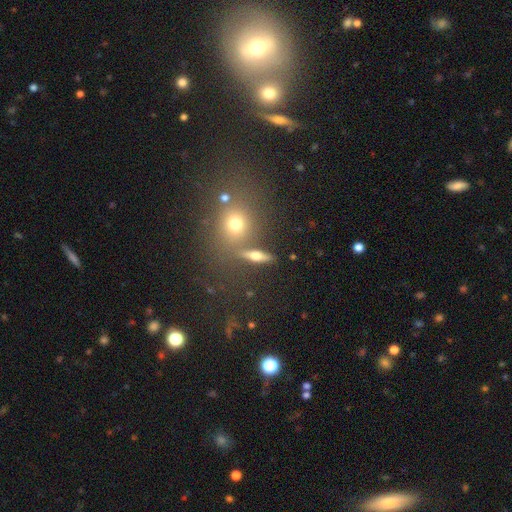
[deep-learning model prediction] smooth 49%, featured or disk 37%, star or artifact 13%. Down the decision tree: merging — none (77%).